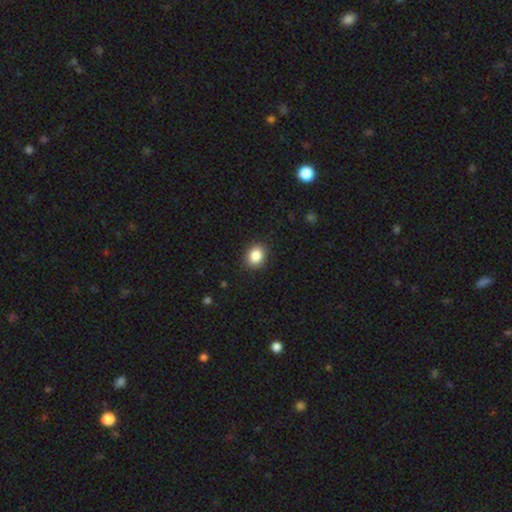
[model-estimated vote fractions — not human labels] Smooth or featured: smooth — 86% (star or artifact — 9%)
How rounded: in between — 50% (round — 49%)
Merging: none — 88% (minor disturbance — 9%)